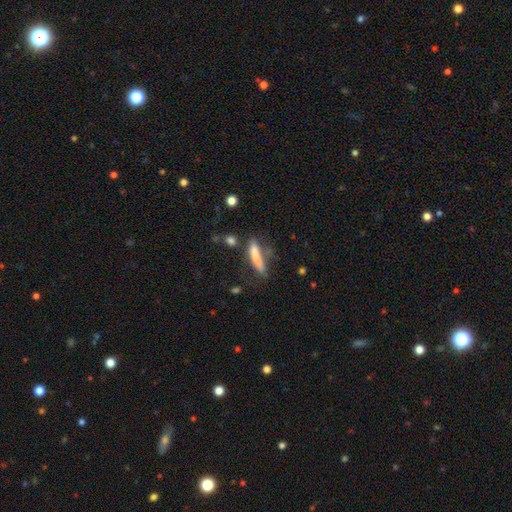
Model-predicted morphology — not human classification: Q: Smooth or featured?
A: smooth (70%); runner-up: featured or disk (23%)
Q: How rounded?
A: cigar-shaped (82%); runner-up: in between (17%)
Q: Merging?
A: none (53%); runner-up: minor disturbance (24%)